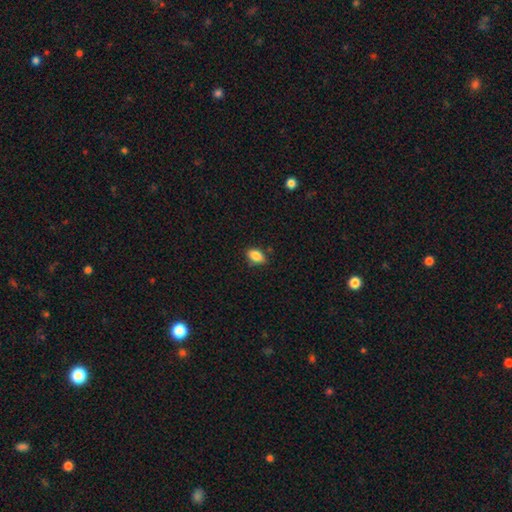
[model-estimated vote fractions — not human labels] Smooth or featured? smooth (86%)
How rounded? in between (87%)
Merging? none (79%)